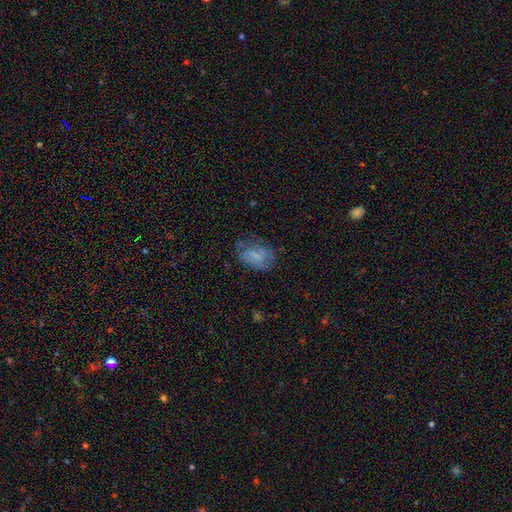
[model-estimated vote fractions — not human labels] Smooth or featured? Predicted: smooth (p=0.55). How rounded? Predicted: in between (p=0.82). Merging? Predicted: none (p=0.59).